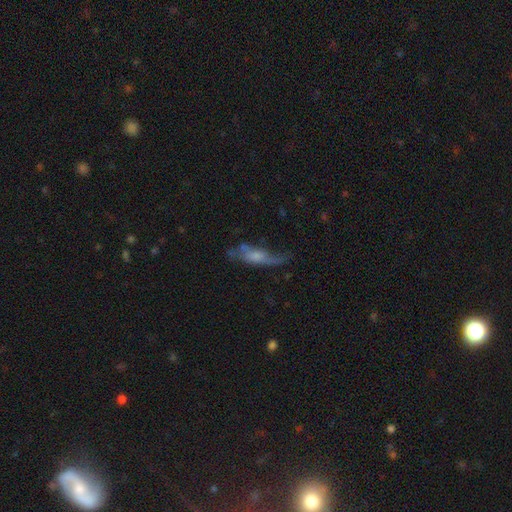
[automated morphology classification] Smooth or featured? featured or disk (52%)
Edge-on disk? no (61%)
Merging? none (41%)